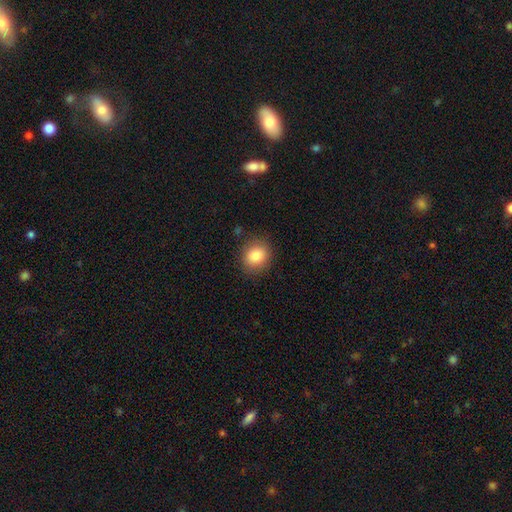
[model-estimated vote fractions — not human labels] The model was most divided on "how rounded": round: 73%, in between: 26%, cigar-shaped: 1%. More confident: merging — none (86%); smooth or featured — smooth (83%).